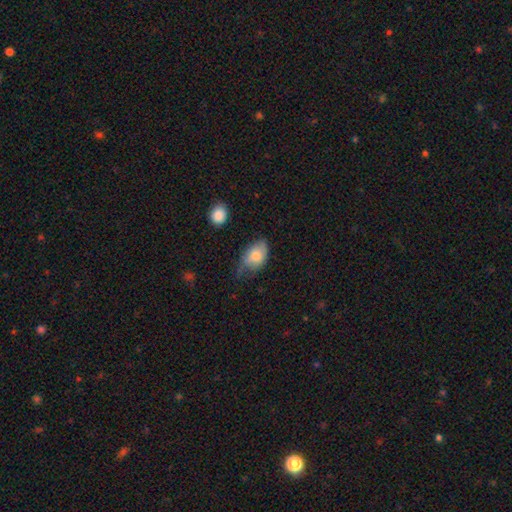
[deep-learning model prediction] Overall: smooth (75%). How rounded: in between (87%). Merging: none (43%; minor disturbance 40%).